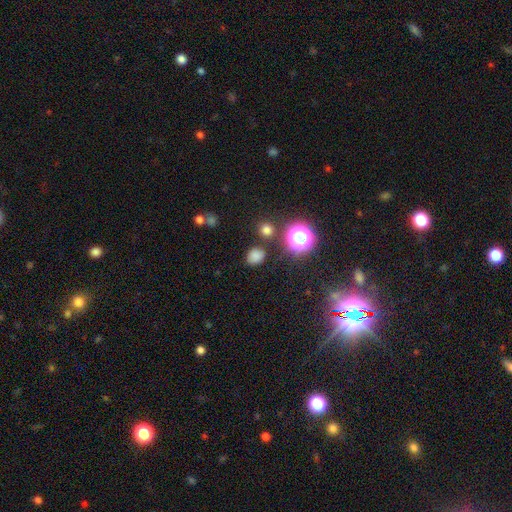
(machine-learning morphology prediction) Smooth or featured: smooth — 74% (star or artifact — 21%)
How rounded: round — 65% (in between — 34%)
Merging: none — 79% (minor disturbance — 12%)